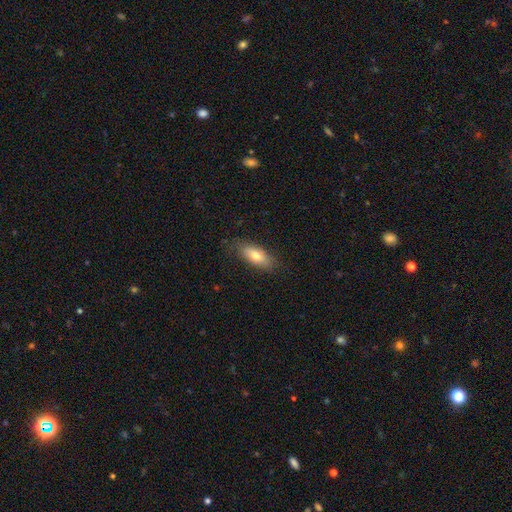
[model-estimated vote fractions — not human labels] A smooth galaxy with no disk features (73%) that is in between round and cigar-shaped (77%). Merging: none (81%).